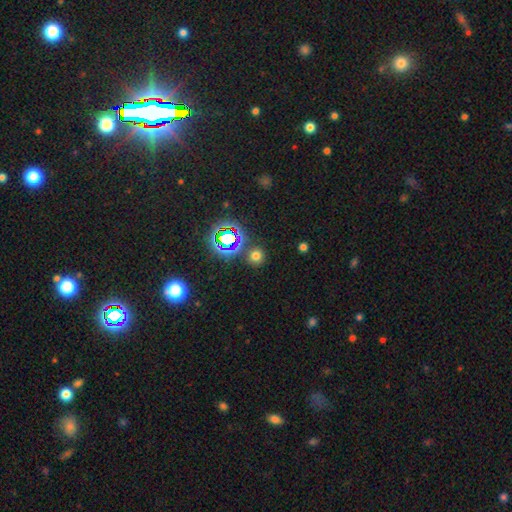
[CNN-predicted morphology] Q: Smooth or featured?
A: smooth (64%); runner-up: star or artifact (29%)
Q: How rounded?
A: round (90%); runner-up: in between (9%)
Q: Merging?
A: none (84%); runner-up: minor disturbance (7%)